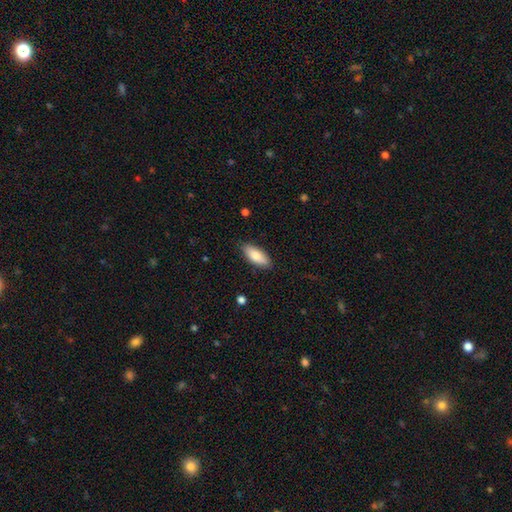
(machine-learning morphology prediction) type=smooth (80%); roundness=in between (81%); merging=none (85%).